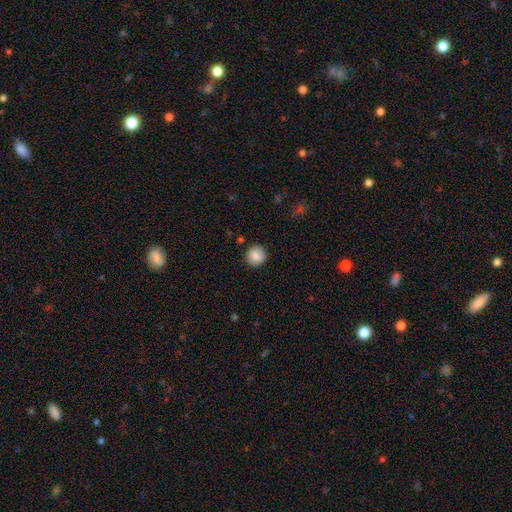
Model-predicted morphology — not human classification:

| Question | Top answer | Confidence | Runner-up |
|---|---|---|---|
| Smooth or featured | smooth | 88% | star or artifact (8%) |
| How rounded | round | 92% | in between (7%) |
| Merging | none | 90% | minor disturbance (7%) |